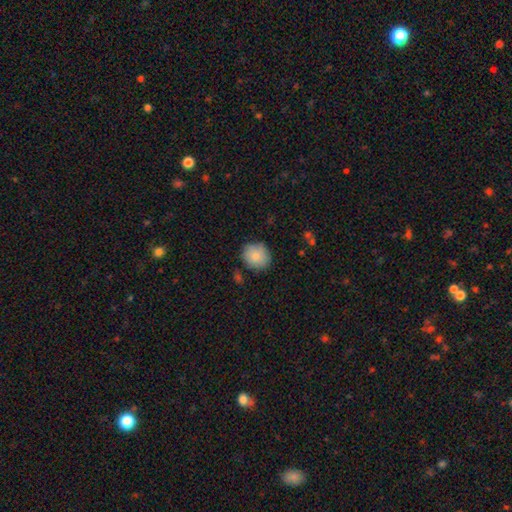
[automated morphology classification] smooth 83%, featured or disk 10%, star or artifact 7%. Down the decision tree: how rounded — round (83%); merging — none (79%).